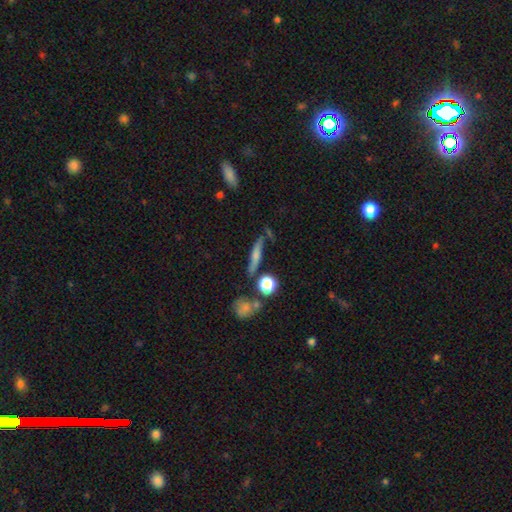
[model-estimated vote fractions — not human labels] smooth 50%, featured or disk 39%, star or artifact 11%. Down the decision tree: merging — none (68%).